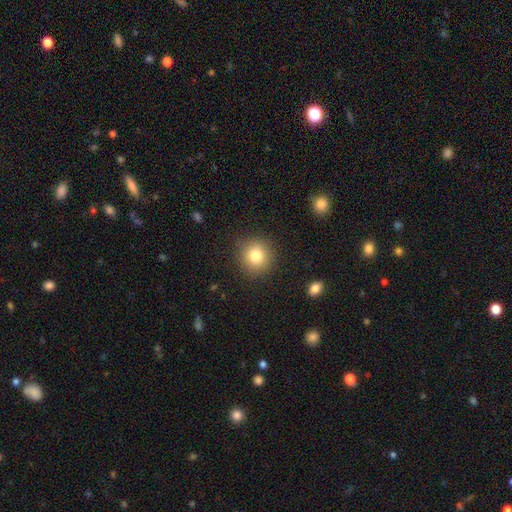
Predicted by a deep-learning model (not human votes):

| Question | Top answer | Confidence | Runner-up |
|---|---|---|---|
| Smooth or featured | smooth | 80% | star or artifact (11%) |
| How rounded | round | 92% | in between (7%) |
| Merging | none | 89% | minor disturbance (7%) |